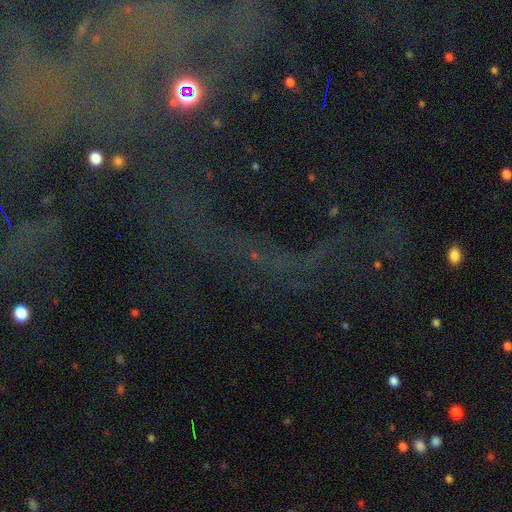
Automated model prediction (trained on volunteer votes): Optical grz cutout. It shows a star or artifact, not a galaxy (64%).